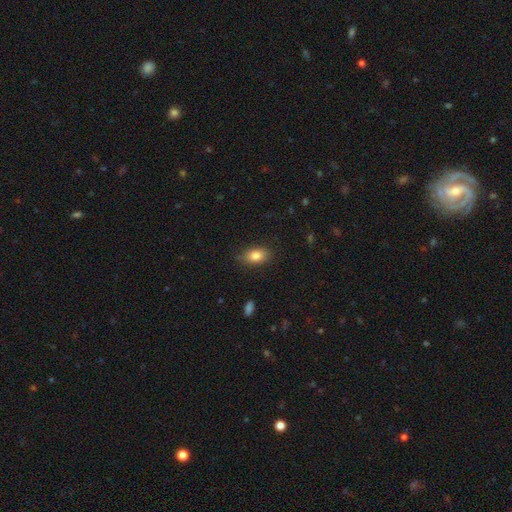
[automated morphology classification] The model was most divided on "merging": none: 83%, minor disturbance: 13%, major disturbance: 3%, merger: 1%. More confident: how rounded — in between (86%); smooth or featured — smooth (84%).